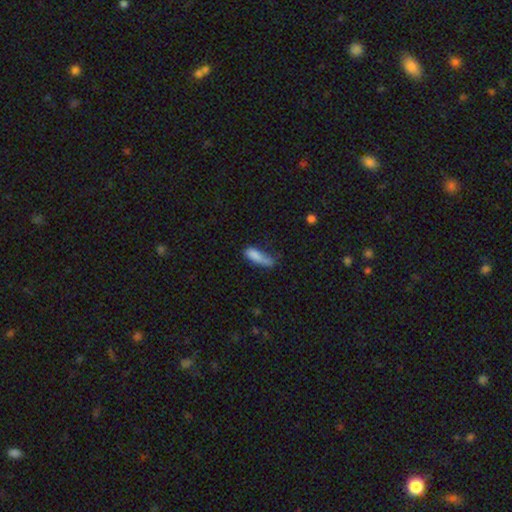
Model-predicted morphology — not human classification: Smooth or featured? Predicted: smooth (p=0.80). How rounded? Predicted: cigar-shaped (p=0.55). Merging? Predicted: none (p=0.39).